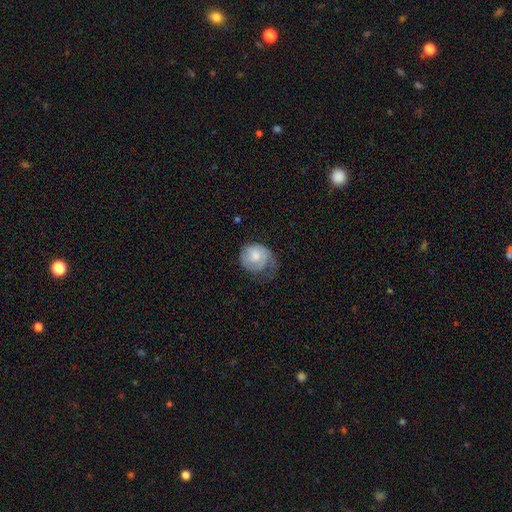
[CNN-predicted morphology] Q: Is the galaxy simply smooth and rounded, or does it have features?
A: smooth — 64%.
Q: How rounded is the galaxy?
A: round — 70%.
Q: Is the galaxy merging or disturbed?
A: minor disturbance — 36%.